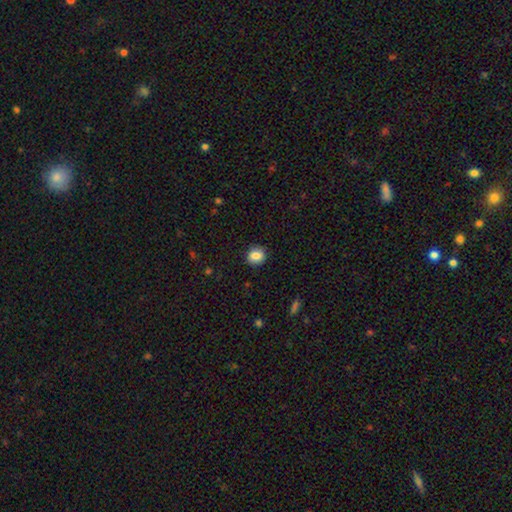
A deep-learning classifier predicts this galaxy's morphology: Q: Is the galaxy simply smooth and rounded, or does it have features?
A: smooth — 84%.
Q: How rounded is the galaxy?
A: round — 79%.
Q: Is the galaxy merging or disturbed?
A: none — 88%.